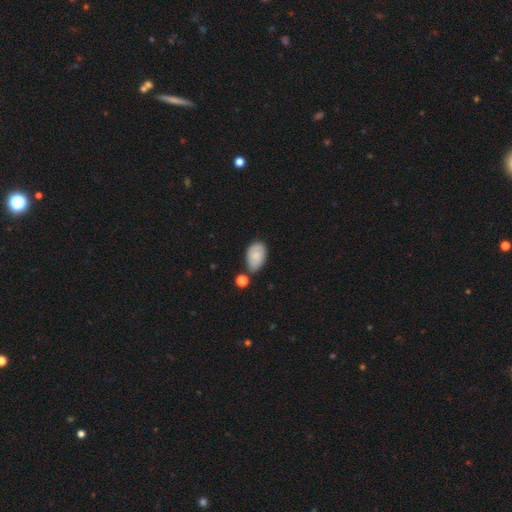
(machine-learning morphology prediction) A smooth galaxy with no disk features (79%) that is in between round and cigar-shaped (91%).

Vote fractions:
- Smooth or featured? smooth: 79% / featured or disk: 14% / star or artifact: 7%
- How rounded? in between: 91% / round: 8% / cigar-shaped: 1%
- Merging? none: 57% / minor disturbance: 26% / merger: 12% / major disturbance: 6%